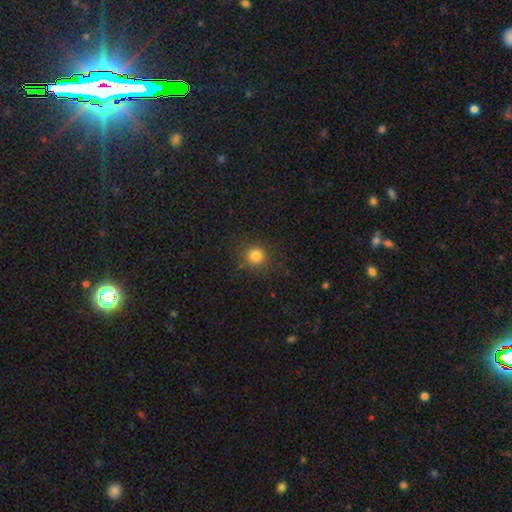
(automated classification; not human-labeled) A smooth galaxy with no disk features (81%) that is round (88%). Merging: none (85%).